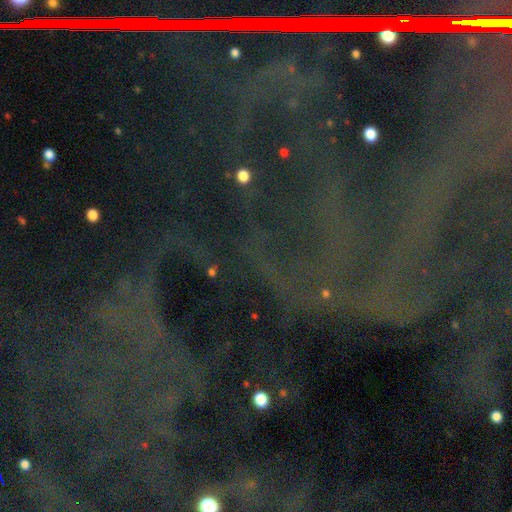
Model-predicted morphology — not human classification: Q: Smooth or featured?
A: star or artifact (78%); runner-up: featured or disk (12%)